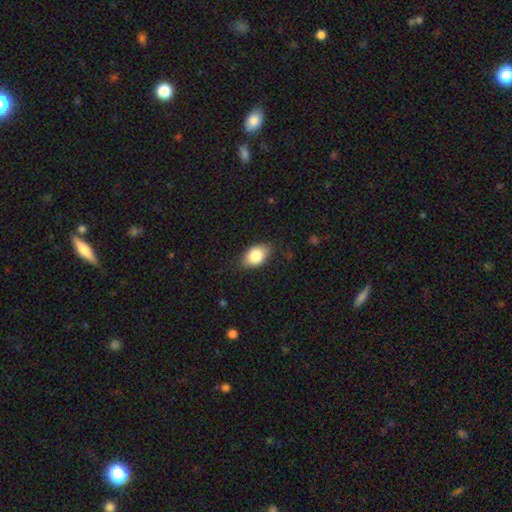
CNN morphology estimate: Smooth or featured?
  - smooth: 82% *
  - featured or disk: 10%
  - star or artifact: 7%
How rounded?
  - in between: 86% *
  - round: 12%
  - cigar-shaped: 2%
Merging?
  - none: 78% *
  - minor disturbance: 17%
  - major disturbance: 4%
  - merger: 1%